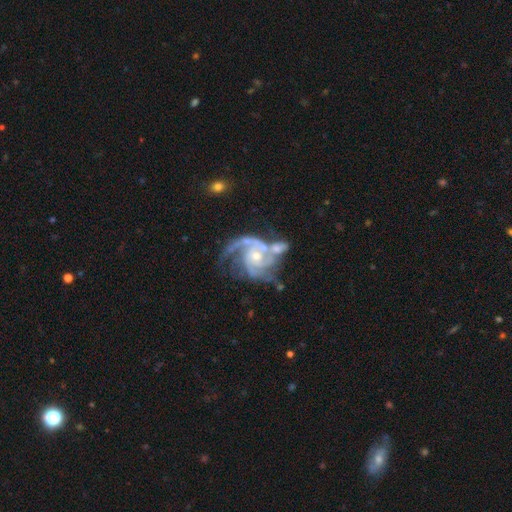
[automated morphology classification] The model was most divided on "merging": none: 34%, merger: 29%, major disturbance: 20%, minor disturbance: 17%. Remaining: edge-on disk — no (98%); spiral arms — yes (97%); smooth or featured — featured or disk (91%); bar — no (65%); bulge size — small (55%); spiral winding — medium (48%); spiral arm count — 2 (45%).